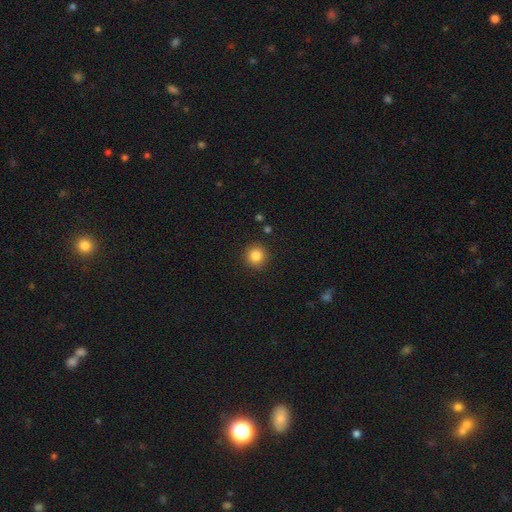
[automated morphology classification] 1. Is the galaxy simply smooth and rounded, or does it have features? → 85% smooth, 11% star or artifact, 5% featured or disk.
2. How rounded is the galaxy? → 94% round, 5% in between, 1% cigar-shaped.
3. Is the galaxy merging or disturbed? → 91% none, 6% minor disturbance, 2% major disturbance, 1% merger.